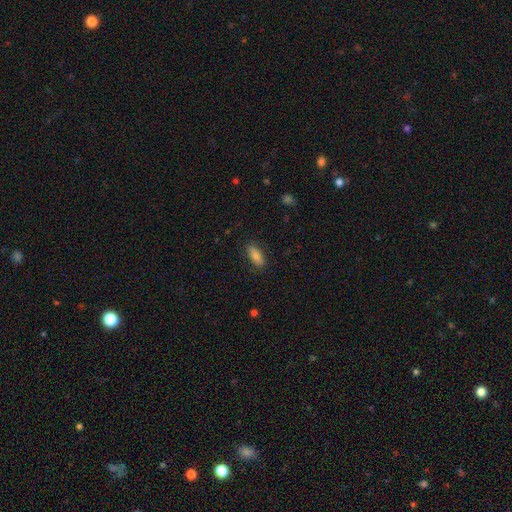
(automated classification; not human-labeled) A smooth galaxy with no disk features (80%) that is in between round and cigar-shaped (77%). Merging: none (85%).